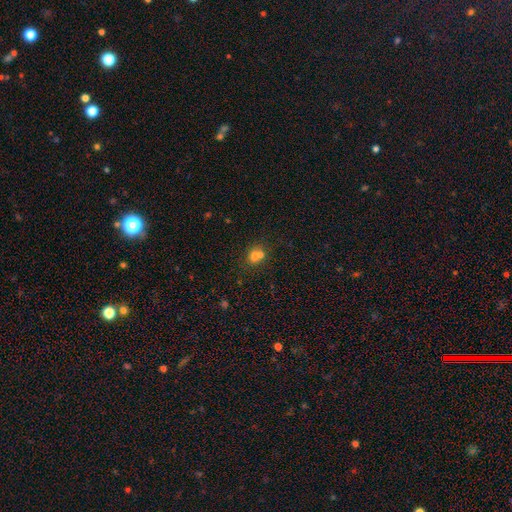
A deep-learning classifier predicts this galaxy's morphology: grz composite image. It shows a smooth galaxy with no disk features (69%) that is round (73%). Merging: merger (53%).